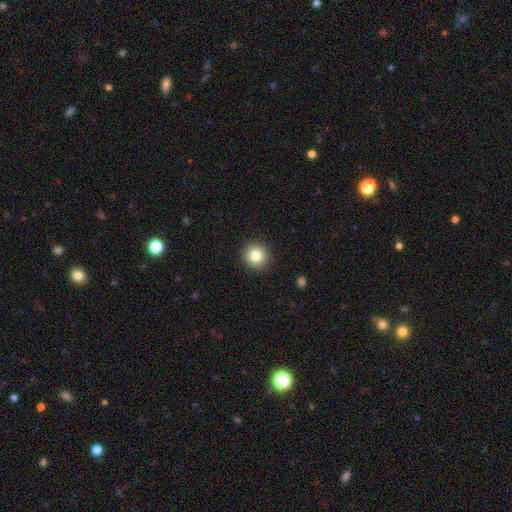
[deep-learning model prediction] Smooth or featured? smooth (82%)
How rounded? round (95%)
Merging? none (92%)